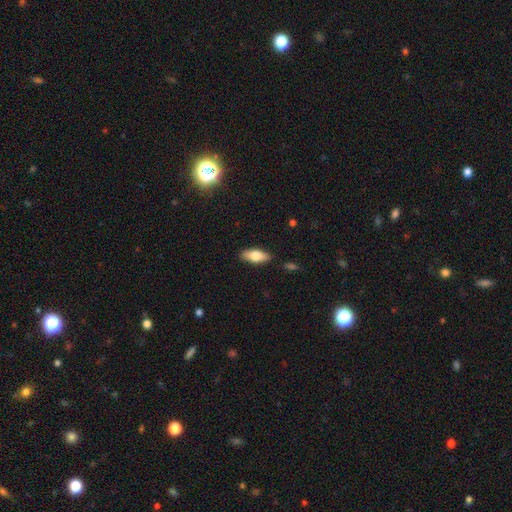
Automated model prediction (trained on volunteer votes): smooth_or_featured: smooth (p=0.70) [alt: featured or disk p=0.24]
how_rounded: in between (p=0.77) [alt: cigar-shaped p=0.20]
merging: none (p=0.86) [alt: minor disturbance p=0.10]